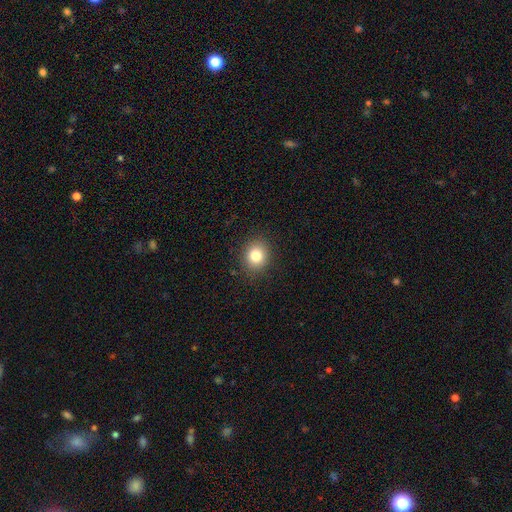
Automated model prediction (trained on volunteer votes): This is clearly a smooth galaxy (81%). How rounded: likely round (70%). Merging: clearly none (88%).